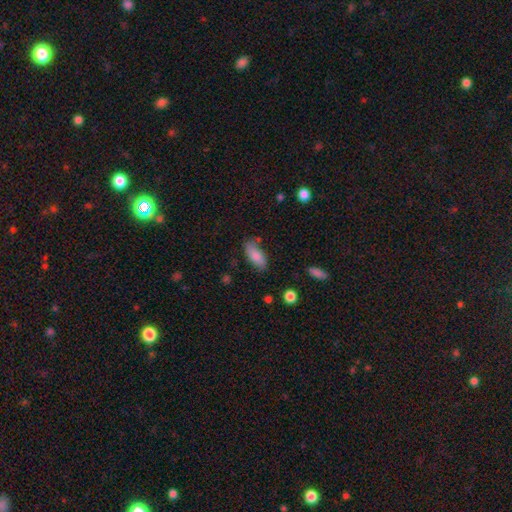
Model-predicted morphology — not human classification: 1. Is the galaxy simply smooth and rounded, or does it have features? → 83% smooth, 10% featured or disk, 7% star or artifact.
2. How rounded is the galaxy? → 82% in between, 16% cigar-shaped, 2% round.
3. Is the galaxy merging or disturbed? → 72% none, 20% minor disturbance, 4% major disturbance, 4% merger.